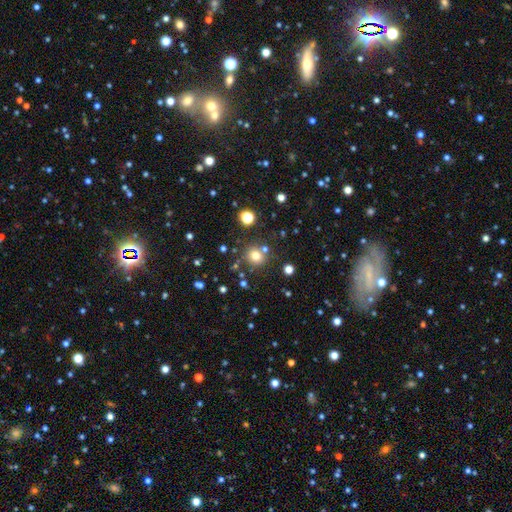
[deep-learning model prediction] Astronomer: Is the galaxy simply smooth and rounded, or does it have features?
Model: smooth — 74%.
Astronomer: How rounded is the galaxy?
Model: round — 88%.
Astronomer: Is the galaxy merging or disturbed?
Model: none — 76%.